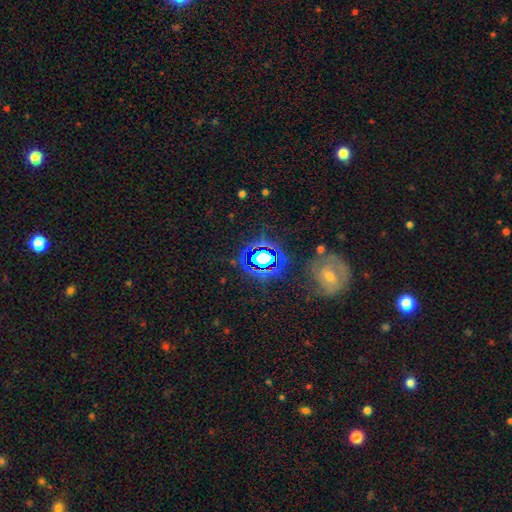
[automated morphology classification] Smooth or featured?
  - star or artifact: 66% *
  - smooth: 18%
  - featured or disk: 16%